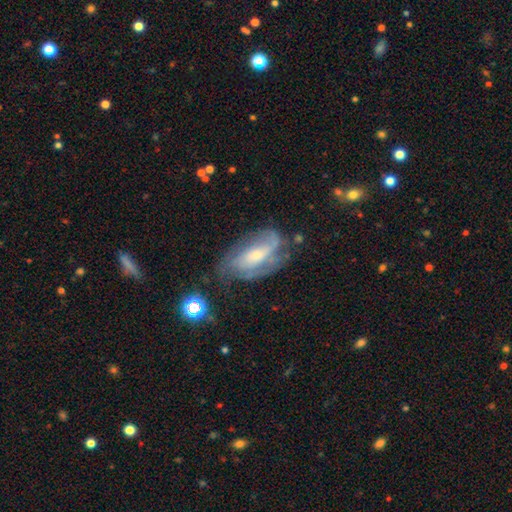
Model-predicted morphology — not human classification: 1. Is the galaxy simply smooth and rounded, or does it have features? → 74% featured or disk, 18% smooth, 8% star or artifact.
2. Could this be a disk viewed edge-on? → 93% no, 7% yes.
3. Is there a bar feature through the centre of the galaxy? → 49% no, 35% weak, 16% strong.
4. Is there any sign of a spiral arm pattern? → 88% yes, 12% no.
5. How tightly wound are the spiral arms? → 42% tight, 40% medium, 18% loose.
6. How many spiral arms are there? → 41% 2, 32% can't tell, 12% 3, 7% 1, 4% 4, 3% more than 4.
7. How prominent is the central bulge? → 51% small, 39% moderate, 5% large, 4% none, 1% dominant.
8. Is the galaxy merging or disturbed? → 60% none, 23% minor disturbance, 14% major disturbance, 3% merger.